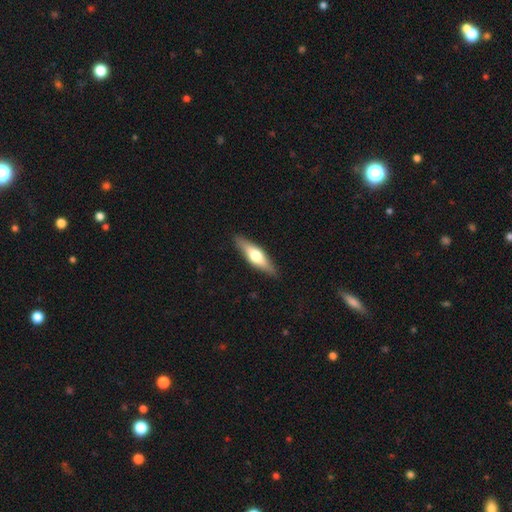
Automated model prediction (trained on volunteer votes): Overall: featured or disk (48%; smooth 47%). Merging: none (88%).